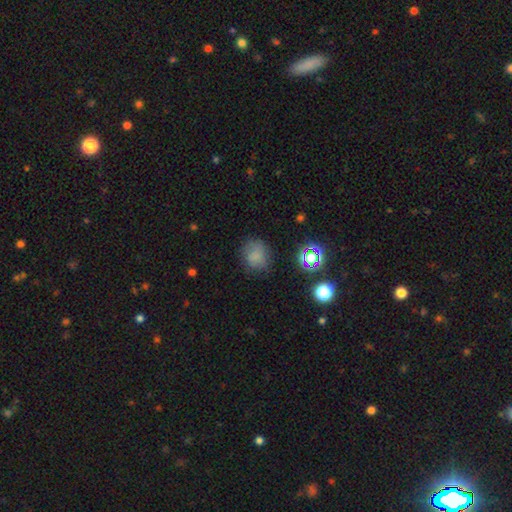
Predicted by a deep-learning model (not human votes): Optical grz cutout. It shows a smooth galaxy with no disk features (71%) that is round (71%). Merging: none (68%).